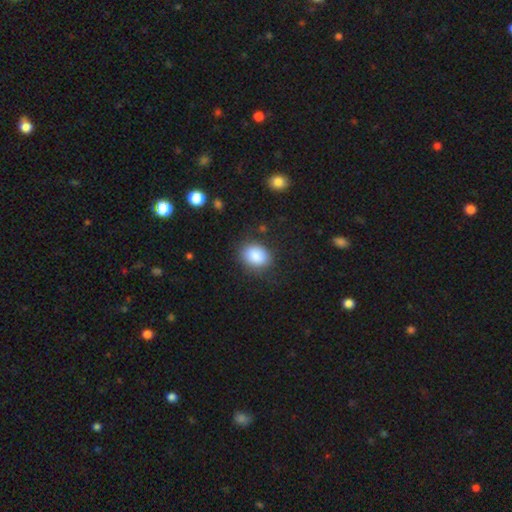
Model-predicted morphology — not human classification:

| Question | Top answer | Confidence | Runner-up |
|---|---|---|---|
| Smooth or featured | smooth | 87% | star or artifact (8%) |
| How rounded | in between | 58% | round (41%) |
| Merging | none | 79% | minor disturbance (14%) |